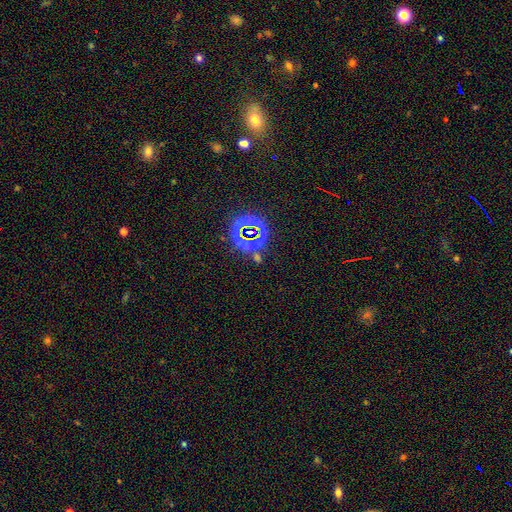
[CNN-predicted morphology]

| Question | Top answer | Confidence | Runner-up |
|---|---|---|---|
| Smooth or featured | star or artifact | 74% | smooth (17%) |